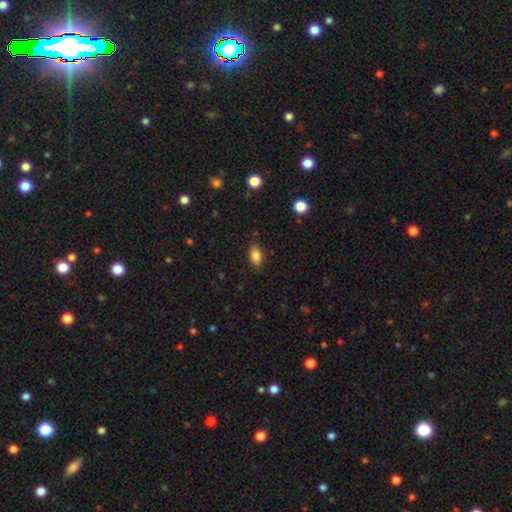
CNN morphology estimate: A smooth galaxy with no disk features (83%) that is in between round and cigar-shaped (86%). Merging: none (83%).